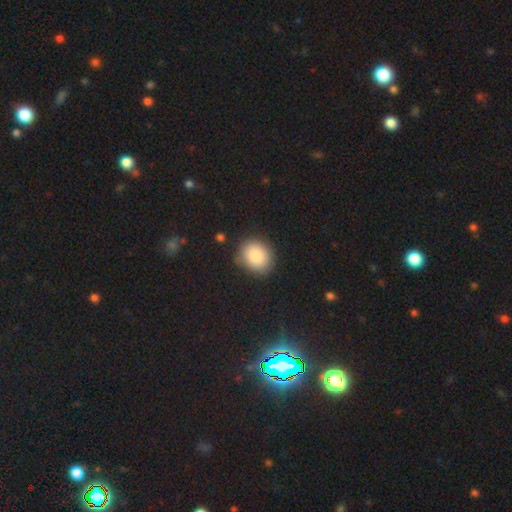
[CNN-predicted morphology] Overall: smooth (85%). How rounded: round (68%; in between 31%). Merging: none (84%).